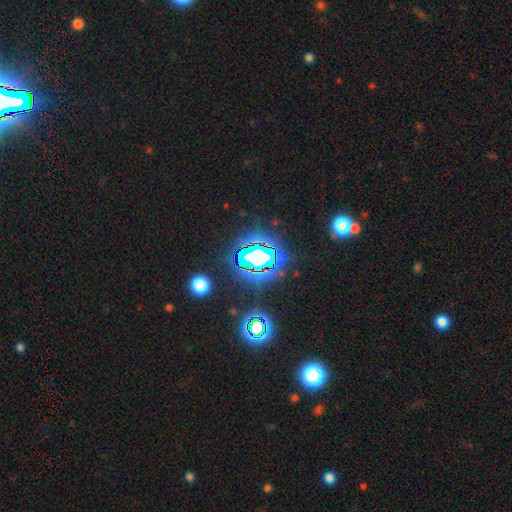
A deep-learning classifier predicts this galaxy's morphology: This is likely a star or artifact rather than a galaxy (69%).